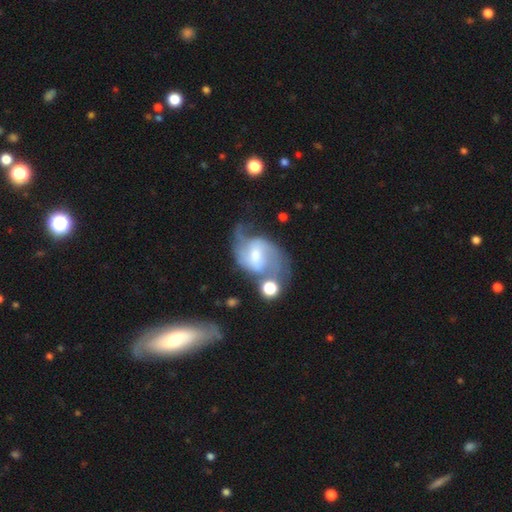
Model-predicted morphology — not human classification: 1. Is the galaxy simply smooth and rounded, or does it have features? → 81% featured or disk, 13% smooth, 6% star or artifact.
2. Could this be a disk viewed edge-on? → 97% no, 3% yes.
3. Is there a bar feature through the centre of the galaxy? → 51% weak, 33% no, 16% strong.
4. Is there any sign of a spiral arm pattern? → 94% yes, 6% no.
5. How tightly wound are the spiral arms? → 44% loose, 43% medium, 13% tight.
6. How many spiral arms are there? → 85% 2, 6% can't tell, 3% 1, 3% 3, 1% 4, 1% more than 4.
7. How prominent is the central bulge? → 45% moderate, 43% small, 7% large, 4% none, 1% dominant.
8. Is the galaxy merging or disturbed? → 45% none, 20% minor disturbance, 18% major disturbance, 16% merger.